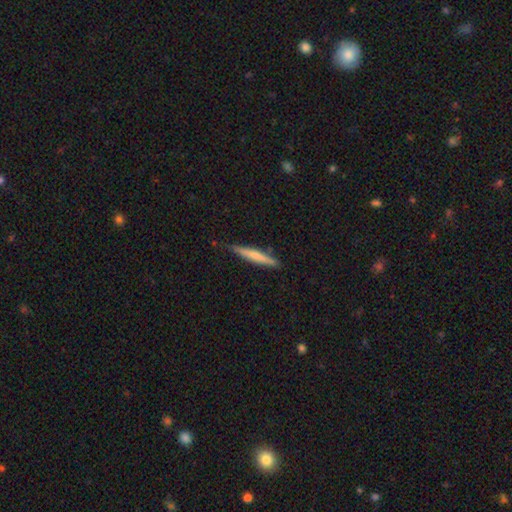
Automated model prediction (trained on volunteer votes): smooth 58%, featured or disk 36%, star or artifact 6%. Down the decision tree: how rounded — cigar-shaped (94%); merging — none (80%).